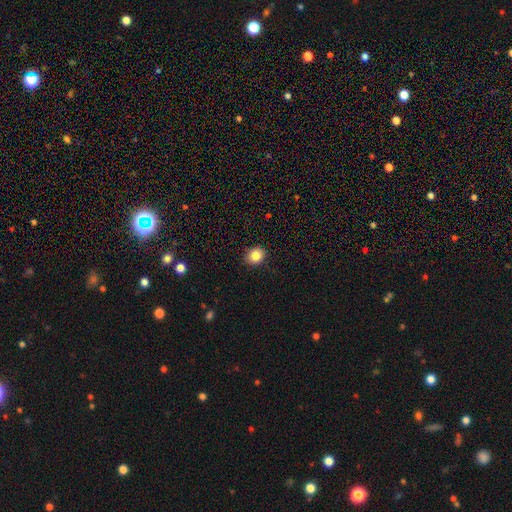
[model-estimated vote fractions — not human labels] Morphology: type=smooth (85%); roundness=round (61%); merging=none (90%).